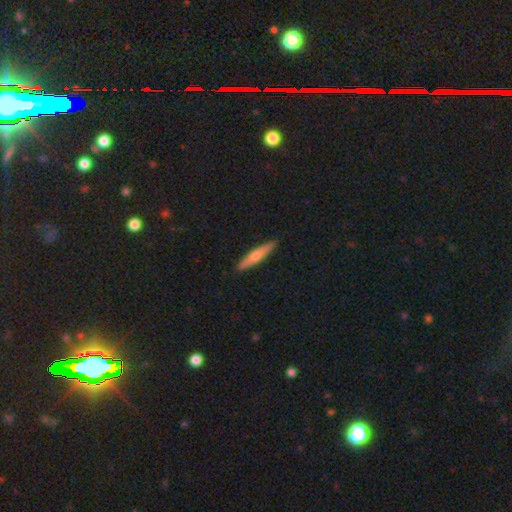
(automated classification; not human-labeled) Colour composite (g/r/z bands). It shows a smooth galaxy with no disk features (49%). Merging: none (91%).